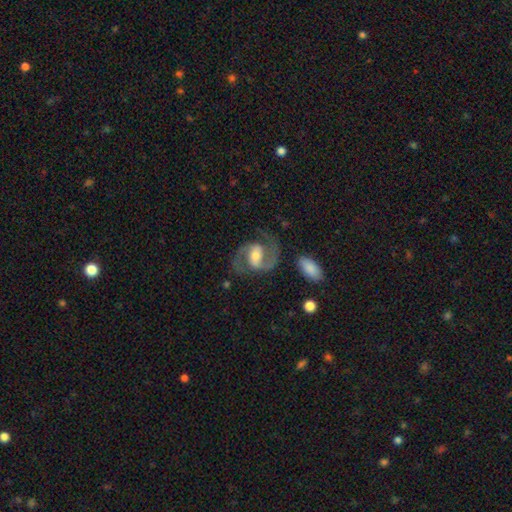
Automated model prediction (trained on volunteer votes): Q: Smooth or featured?
A: featured or disk (90%); runner-up: smooth (6%)
Q: Edge-on disk?
A: no (98%); runner-up: yes (2%)
Q: Bar?
A: weak (45%); runner-up: strong (36%)
Q: Spiral arms?
A: yes (97%); runner-up: no (3%)
Q: Spiral winding?
A: medium (66%); runner-up: loose (18%)
Q: Spiral arm count?
A: 2 (94%); runner-up: can't tell (2%)
Q: Bulge size?
A: moderate (56%); runner-up: small (29%)
Q: Merging?
A: none (78%); runner-up: minor disturbance (13%)